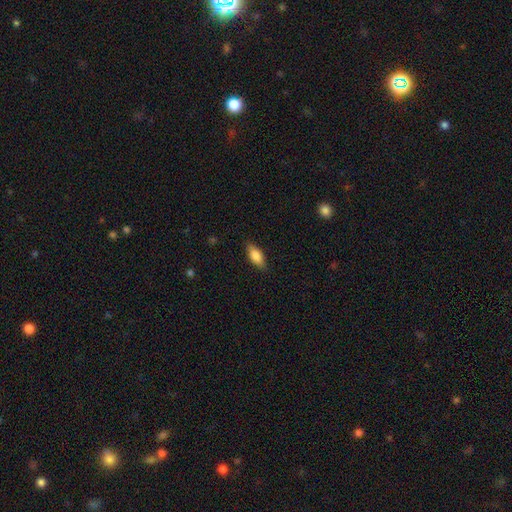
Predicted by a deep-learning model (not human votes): smooth_or_featured: smooth (p=0.82) [alt: featured or disk p=0.11]
how_rounded: in between (p=0.81) [alt: cigar-shaped p=0.17]
merging: none (p=0.85) [alt: minor disturbance p=0.12]